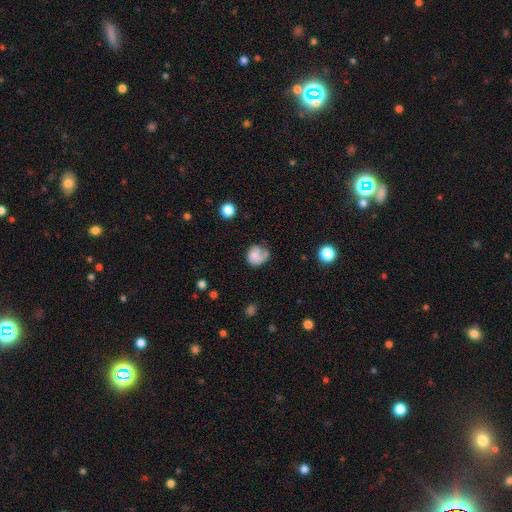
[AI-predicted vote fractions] A smooth galaxy with no disk features (55%) that is round (67%).

Vote fractions:
- Smooth or featured? smooth: 55% / featured or disk: 37% / star or artifact: 9%
- How rounded? round: 67% / in between: 32% / cigar-shaped: 1%
- Merging? none: 41% / major disturbance: 27% / minor disturbance: 26% / merger: 6%